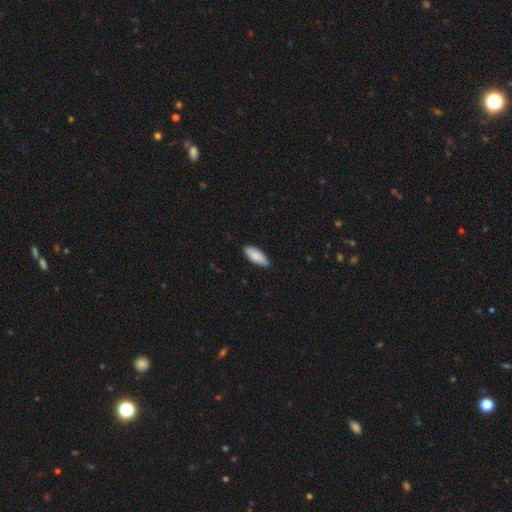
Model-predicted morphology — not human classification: A smooth galaxy with no disk features (88%) that is in between round and cigar-shaped (81%).

Vote fractions:
- Smooth or featured? smooth: 88% / featured or disk: 7% / star or artifact: 5%
- How rounded? in between: 81% / cigar-shaped: 17% / round: 2%
- Merging? none: 86% / minor disturbance: 12% / major disturbance: 2% / merger: 1%